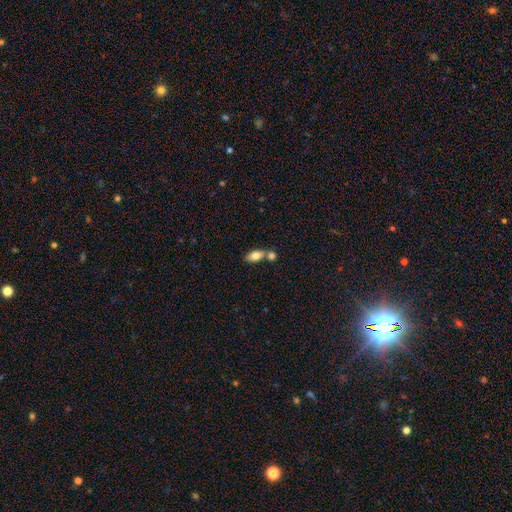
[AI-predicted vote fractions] Smooth or featured?
  - smooth: 79% *
  - featured or disk: 14%
  - star or artifact: 7%
How rounded?
  - in between: 88% *
  - cigar-shaped: 7%
  - round: 5%
Merging?
  - none: 51% *
  - merger: 35%
  - minor disturbance: 10%
  - major disturbance: 3%